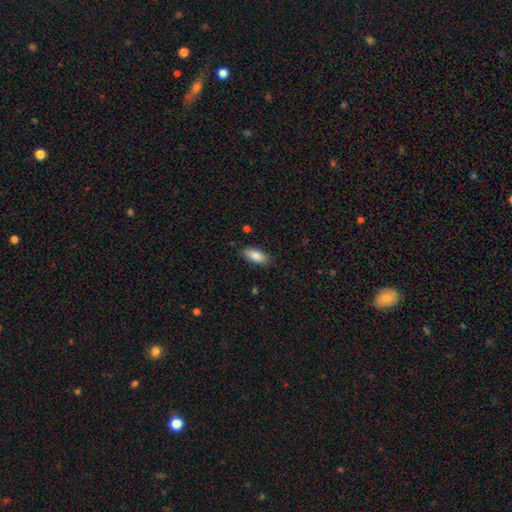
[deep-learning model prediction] The model was most divided on "merging": none: 87%, minor disturbance: 10%, major disturbance: 2%, merger: 1%. More confident: how rounded — in between (88%); smooth or featured — smooth (86%).